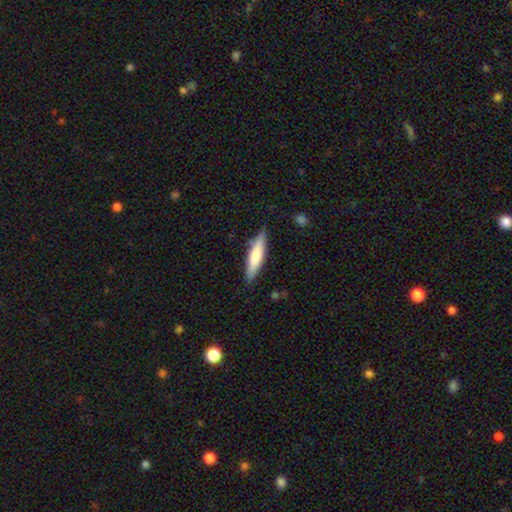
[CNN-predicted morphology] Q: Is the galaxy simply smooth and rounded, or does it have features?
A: smooth — 66%.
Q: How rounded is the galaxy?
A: cigar-shaped — 77%.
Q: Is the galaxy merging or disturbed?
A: none — 83%.